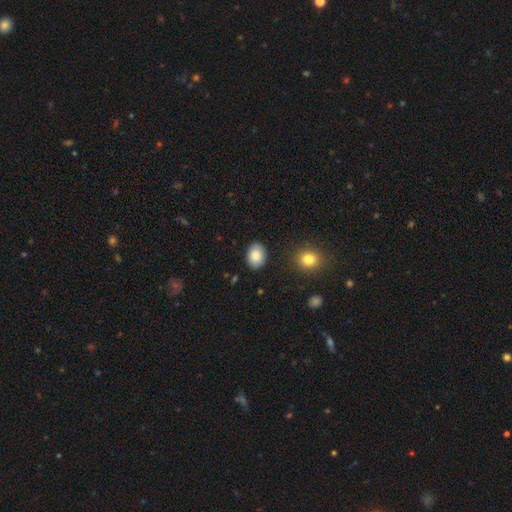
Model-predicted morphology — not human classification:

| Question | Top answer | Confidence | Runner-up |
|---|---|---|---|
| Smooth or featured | smooth | 85% | featured or disk (7%) |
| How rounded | in between | 76% | round (23%) |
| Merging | none | 88% | minor disturbance (8%) |